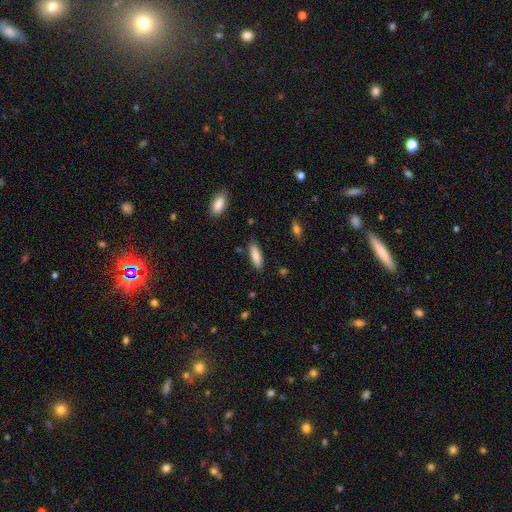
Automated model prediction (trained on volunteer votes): This appears to be a smooth galaxy with no disk features (84%) that is cigar-shaped (50%). Merging: none (85%).